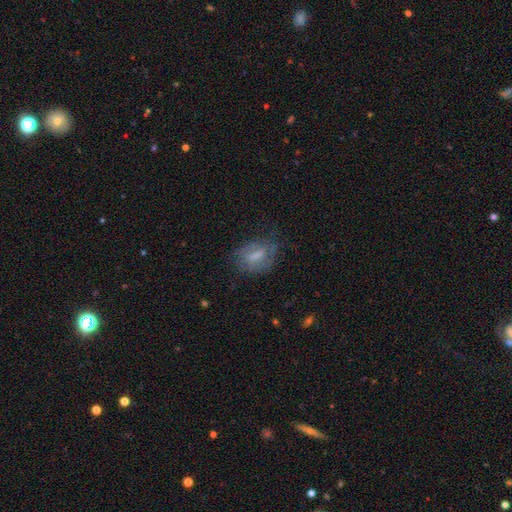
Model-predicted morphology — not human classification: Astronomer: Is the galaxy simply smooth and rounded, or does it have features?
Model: smooth — 50% (runner-up: featured or disk, 40%).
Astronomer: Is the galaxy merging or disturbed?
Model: none — 56%.